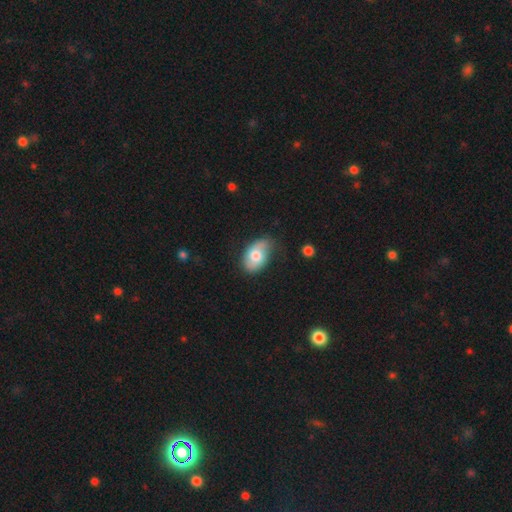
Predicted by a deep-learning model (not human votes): Smooth or featured? Predicted: smooth (p=0.66). How rounded? Predicted: in between (p=0.89). Merging? Predicted: none (p=0.56).